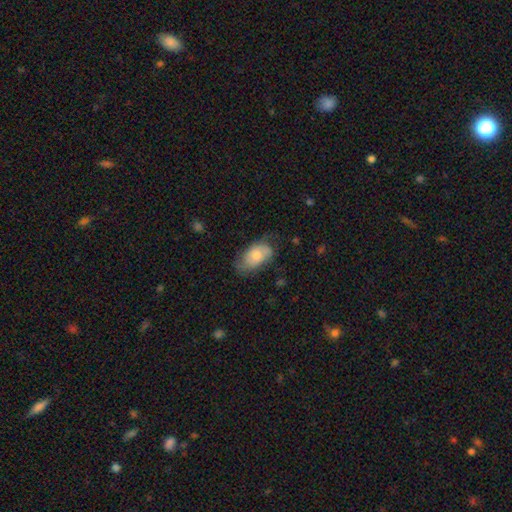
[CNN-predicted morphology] Smooth or featured? smooth (62%)
How rounded? in between (92%)
Merging? none (56%)